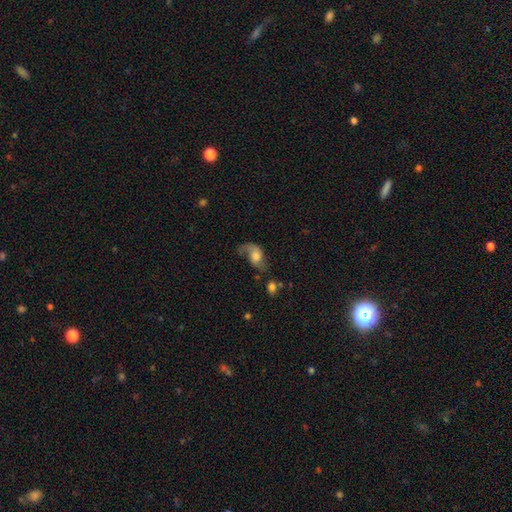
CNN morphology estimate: A featured or disk galaxy (47%). Merging: major disturbance (39%).